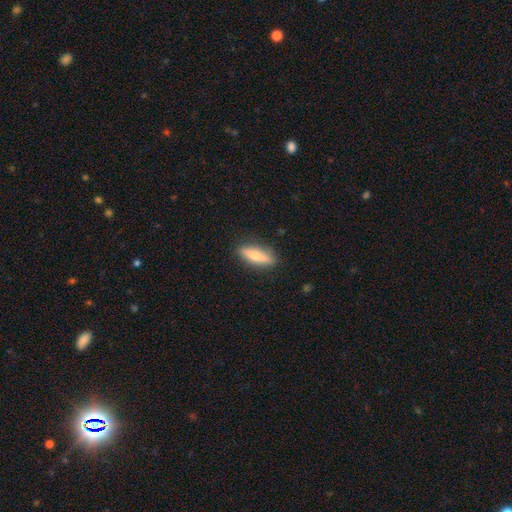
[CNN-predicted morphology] Smooth or featured? smooth (59%)
How rounded? cigar-shaped (63%)
Merging? none (88%)